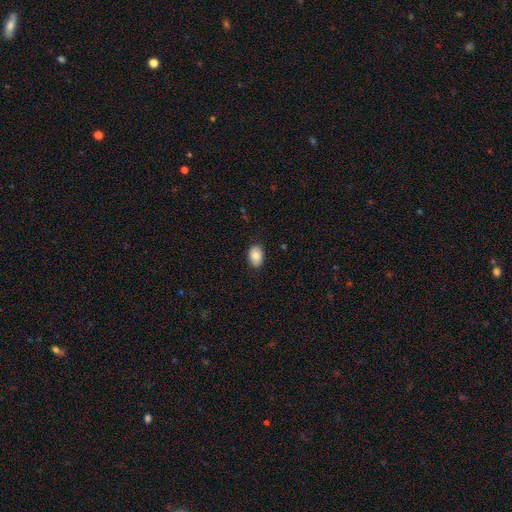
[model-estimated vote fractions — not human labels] smooth 82%, featured or disk 11%, star or artifact 8%. Down the decision tree: how rounded — in between (81%); merging — none (84%).